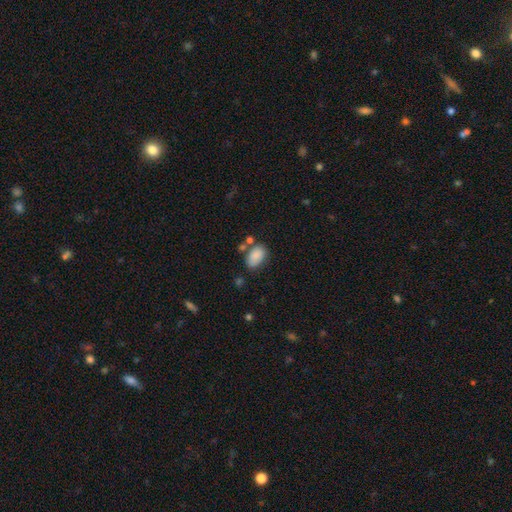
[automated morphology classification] smooth_or_featured: smooth (p=0.86) [alt: star or artifact p=0.08]
how_rounded: in between (p=0.91) [alt: round p=0.08]
merging: none (p=0.64) [alt: minor disturbance p=0.18]